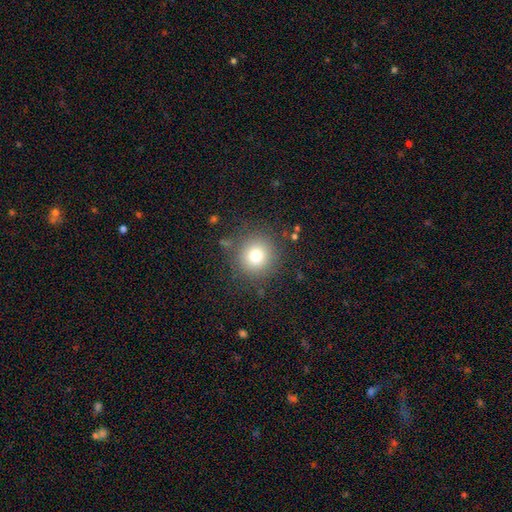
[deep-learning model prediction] smooth-or-featured: smooth: 76% | star or artifact: 14% | featured or disk: 10%
  how-rounded: round: 94% | in between: 5% | cigar-shaped: 1%
  merging: none: 85% | minor disturbance: 9% | major disturbance: 4% | merger: 2%